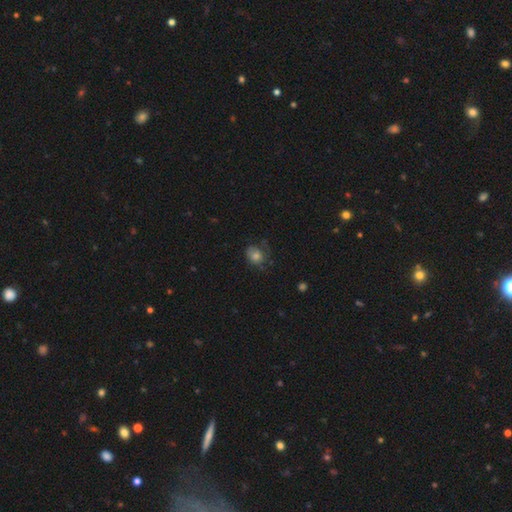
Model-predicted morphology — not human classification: A smooth galaxy with no disk features (56%) that is round (61%). Merging: none (51%).